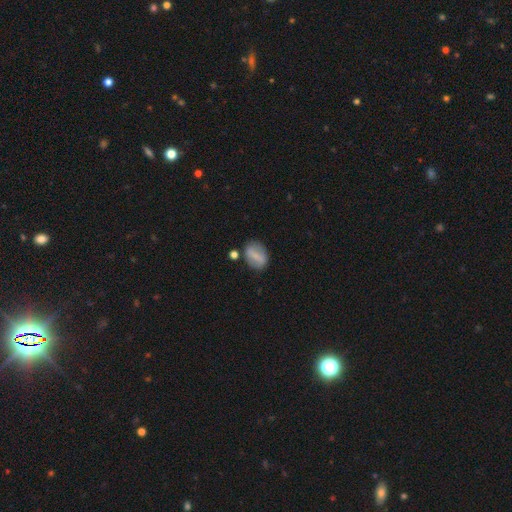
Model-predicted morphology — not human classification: This appears to be a smooth galaxy with no disk features (57%) that is in between round and cigar-shaped (72%). Merging: none (76%).